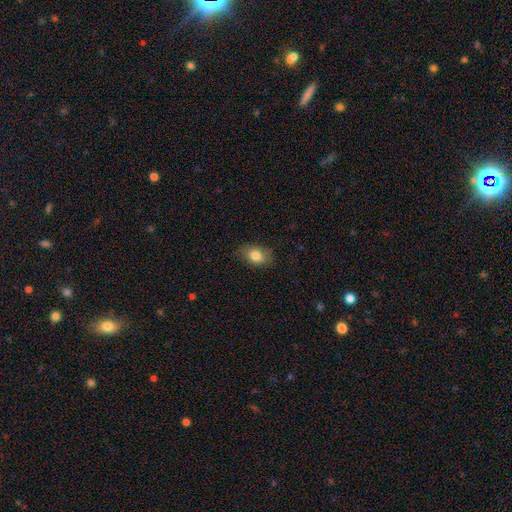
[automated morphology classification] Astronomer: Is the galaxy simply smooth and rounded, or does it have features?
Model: smooth — 82%.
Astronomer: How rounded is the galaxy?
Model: in between — 79%.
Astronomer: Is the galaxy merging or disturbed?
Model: none — 76%.